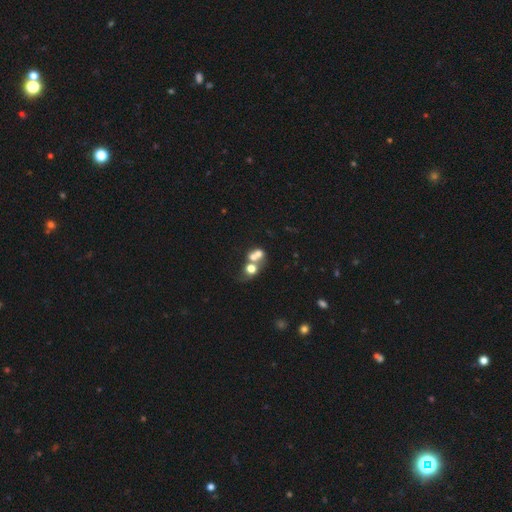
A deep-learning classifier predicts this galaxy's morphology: Smooth or featured?
  - smooth: 54% *
  - featured or disk: 29%
  - star or artifact: 17%
How rounded?
  - round: 64% *
  - in between: 34%
  - cigar-shaped: 1%
Merging?
  - merger: 65% *
  - none: 21%
  - major disturbance: 8%
  - minor disturbance: 6%